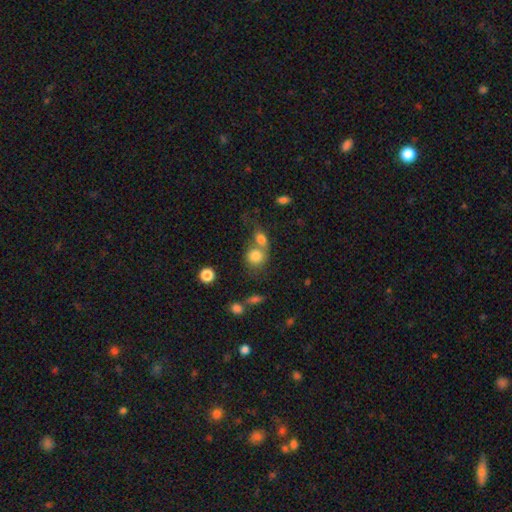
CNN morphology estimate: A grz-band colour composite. It shows a smooth galaxy with no disk features (80%) that is round (76%). Merging: merger (51%).